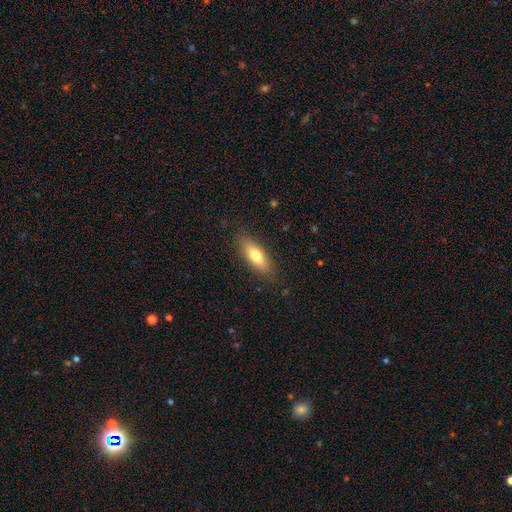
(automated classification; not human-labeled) Smooth or featured? smooth (73%)
How rounded? in between (69%)
Merging? none (84%)